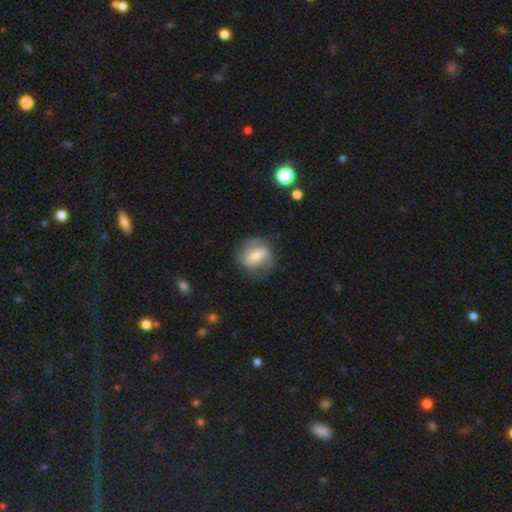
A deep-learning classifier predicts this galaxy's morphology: The model was most divided on "bar": weak: 42%, strong: 38%, no: 20%. Remaining: edge-on disk — no (95%); spiral arms — yes (73%); merging — none (63%); smooth or featured — featured or disk (56%); bulge size — moderate (49%).